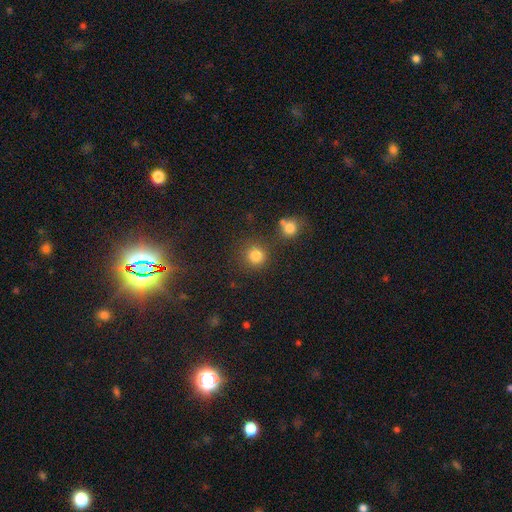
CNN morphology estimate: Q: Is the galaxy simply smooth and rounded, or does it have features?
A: smooth — 81%.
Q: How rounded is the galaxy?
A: round — 92%.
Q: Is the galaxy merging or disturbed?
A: none — 78%.